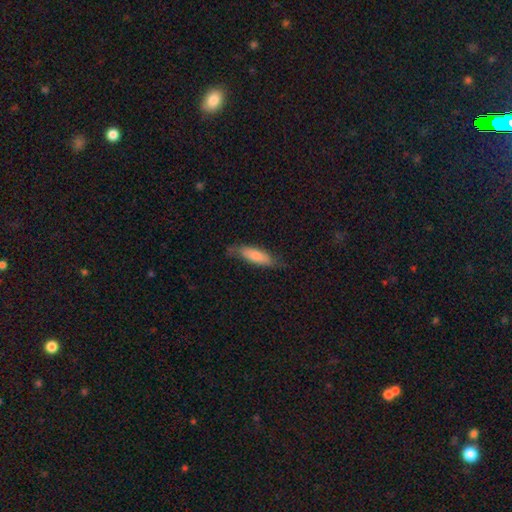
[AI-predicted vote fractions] Morphology: type=smooth (61%); roundness=cigar-shaped (59%); merging=none (71%).